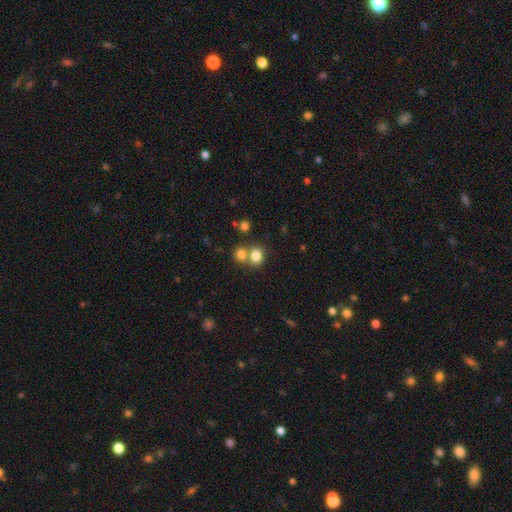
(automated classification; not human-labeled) A smooth galaxy with no disk features (79%) that is round (74%).

Vote fractions:
- Smooth or featured? smooth: 79% / star or artifact: 12% / featured or disk: 8%
- How rounded? round: 74% / in between: 26% / cigar-shaped: 1%
- Merging? none: 49% / merger: 40% / minor disturbance: 8% / major disturbance: 3%